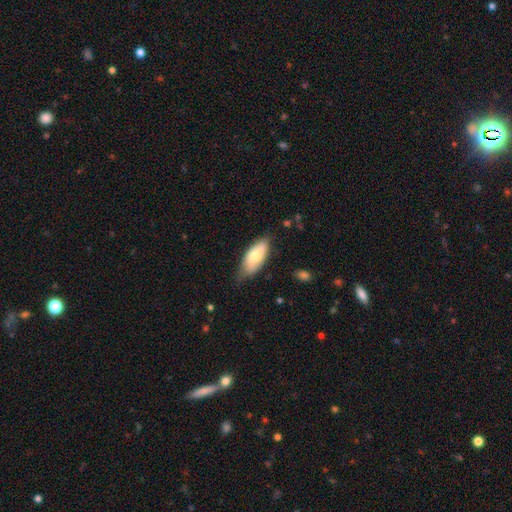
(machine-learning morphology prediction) Smooth or featured? Predicted: smooth (p=0.67). How rounded? Predicted: in between (p=0.88). Merging? Predicted: none (p=0.64).